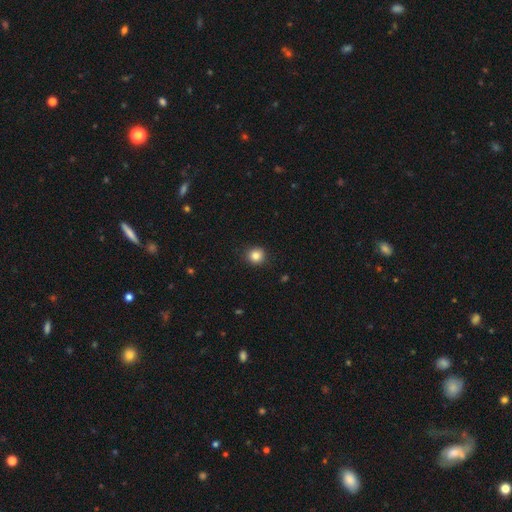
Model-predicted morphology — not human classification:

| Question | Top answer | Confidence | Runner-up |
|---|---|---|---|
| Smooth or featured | smooth | 84% | star or artifact (11%) |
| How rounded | round | 90% | in between (9%) |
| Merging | none | 90% | minor disturbance (7%) |